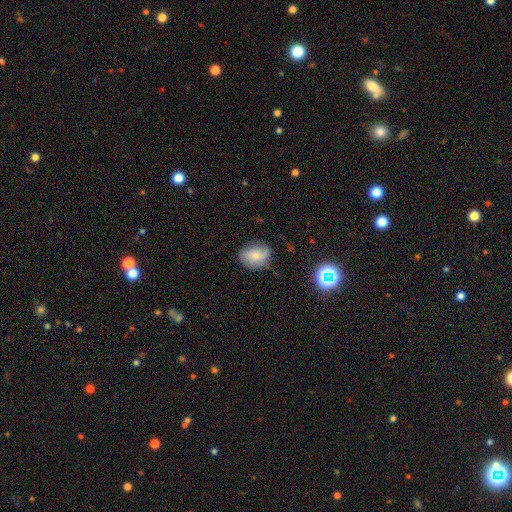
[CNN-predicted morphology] Smooth or featured? smooth (64%)
How rounded? round (51%)
Merging? none (72%)